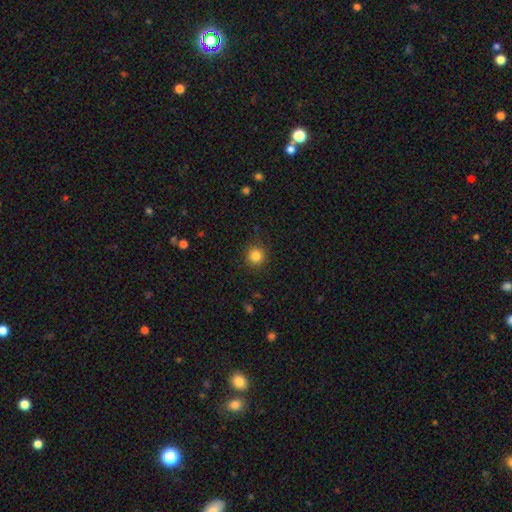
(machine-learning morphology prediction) A smooth galaxy with no disk features (84%) that is round (93%). Merging: none (89%).